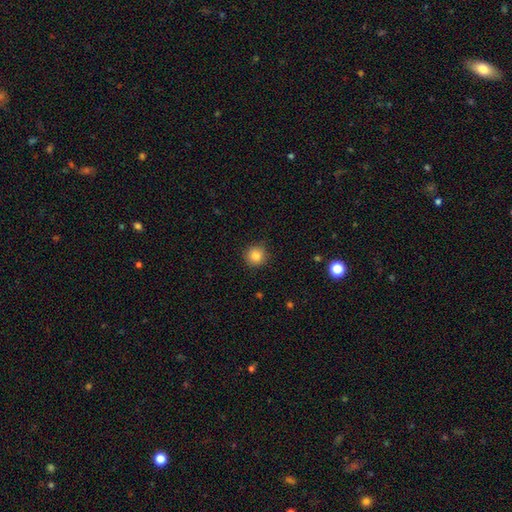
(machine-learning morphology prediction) Smooth or featured?
  - smooth: 84% *
  - star or artifact: 11%
  - featured or disk: 5%
How rounded?
  - round: 93% *
  - in between: 6%
  - cigar-shaped: 1%
Merging?
  - none: 87% *
  - minor disturbance: 10%
  - major disturbance: 2%
  - merger: 1%